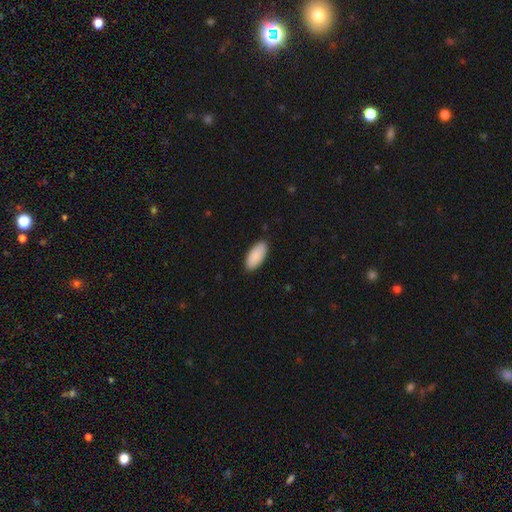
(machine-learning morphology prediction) type=smooth (90%); roundness=in between (90%); merging=none (88%).